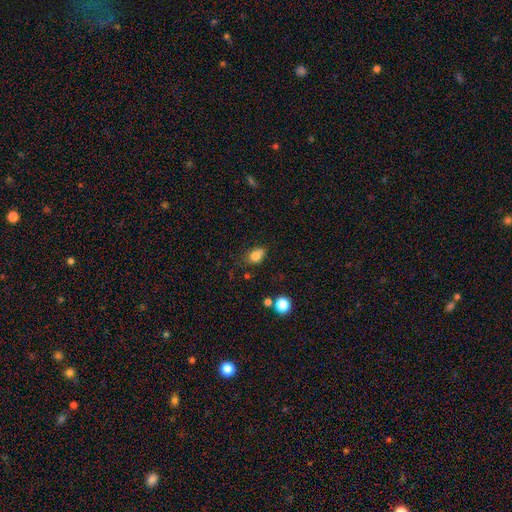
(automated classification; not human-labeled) This appears to be a smooth galaxy with no disk features (80%) that is in between round and cigar-shaped (69%). Merging: none (57%).